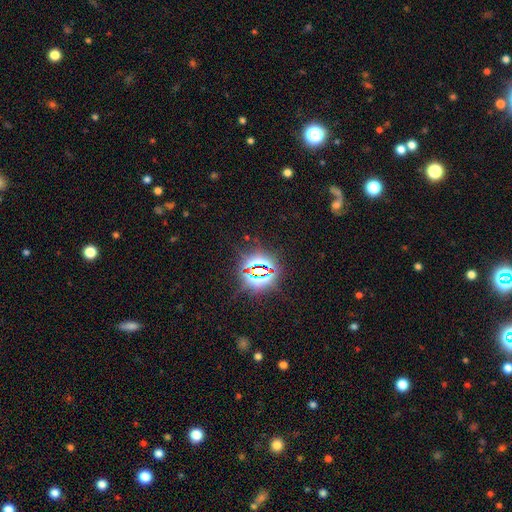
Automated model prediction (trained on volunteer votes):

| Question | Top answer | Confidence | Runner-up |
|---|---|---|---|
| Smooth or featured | star or artifact | 82% | smooth (12%) |